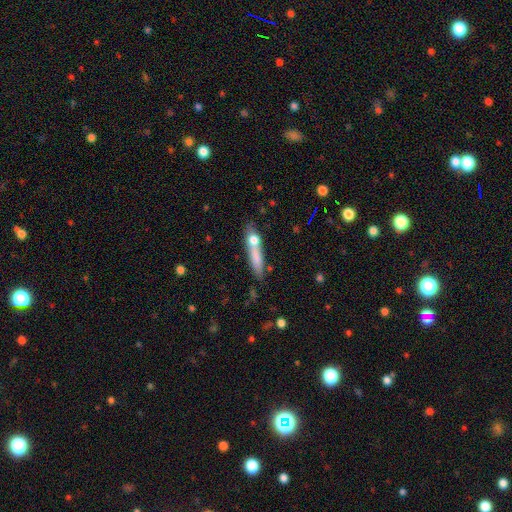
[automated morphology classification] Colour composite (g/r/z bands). It shows a smooth galaxy with no disk features (67%) that is cigar-shaped (78%). Merging: none (49%).